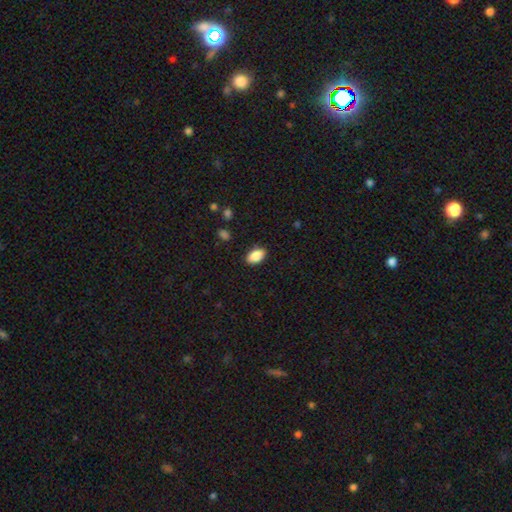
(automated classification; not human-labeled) Morphology: type=smooth (88%); roundness=in between (92%); merging=none (87%).